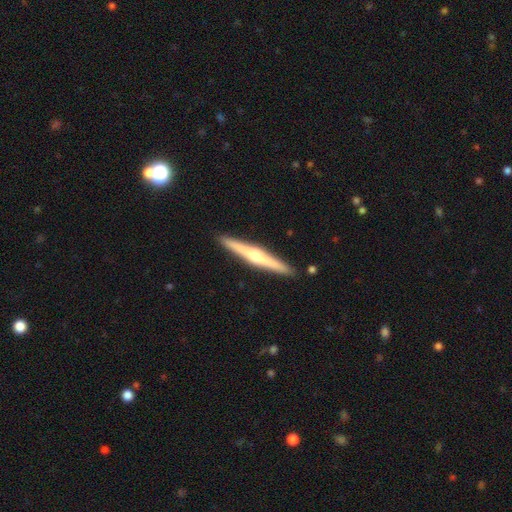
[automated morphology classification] smooth-or-featured: featured or disk: 69% | smooth: 26% | star or artifact: 5%
  disk-edge-on: yes: 98% | no: 2%
    edge-on-bulge: rounded: 88% | none: 7% | boxy: 5%
  merging: none: 92% | minor disturbance: 6% | merger: 1% | major disturbance: 1%